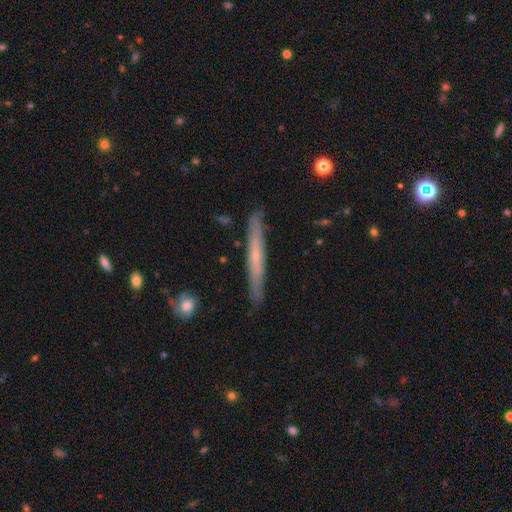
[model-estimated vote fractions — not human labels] Smooth or featured? Predicted: featured or disk (p=0.58). Edge-on disk? Predicted: yes (p=0.92). Edge-on bulge? Predicted: none (p=0.56). Merging? Predicted: none (p=0.88).